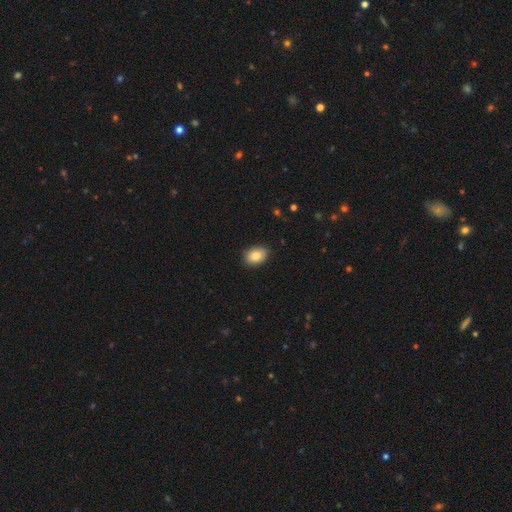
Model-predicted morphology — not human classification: smooth 85%, star or artifact 8%, featured or disk 7%. Down the decision tree: how rounded — in between (75%); merging — none (88%).